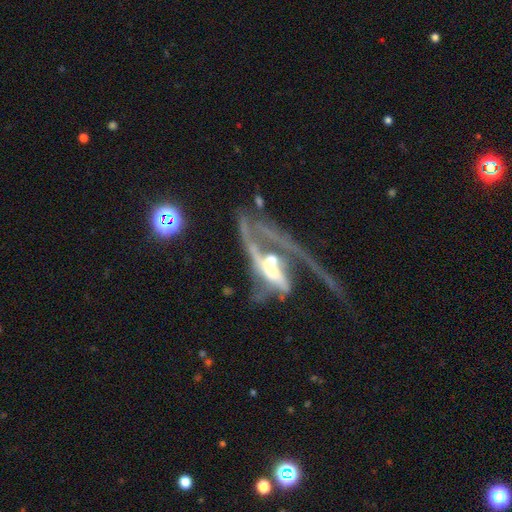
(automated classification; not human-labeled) A featured or disk galaxy (84%) with no bar (40%), 2 (44%) loose (48%) spiral arms (84%) and a moderate central bulge (48%).

Vote fractions:
- Smooth or featured? featured or disk: 84% / star or artifact: 8% / smooth: 8%
- Edge-on disk? no: 86% / yes: 14%
- Bar? no: 40% / weak: 33% / strong: 27%
- Spiral arms? yes: 84% / no: 16%
- Spiral winding? loose: 48% / medium: 35% / tight: 17%
- Spiral arm count? 2: 44% / 1: 33% / can't tell: 12% / 3: 5% / 4: 3% / more than 4: 3%
- Bulge size? moderate: 48% / small: 34% / large: 9% / none: 7% / dominant: 2%
- Merging? major disturbance: 46% / none: 23% / merger: 19% / minor disturbance: 12%